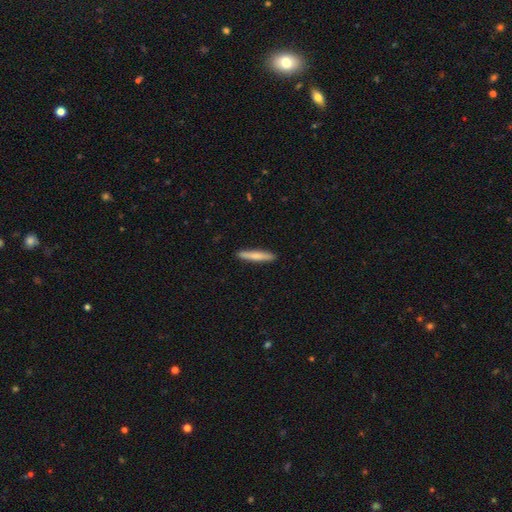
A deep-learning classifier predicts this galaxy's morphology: The model was most divided on "smooth or featured": smooth: 71%, featured or disk: 24%, star or artifact: 5%. More confident: how rounded — cigar-shaped (94%); merging — none (91%).